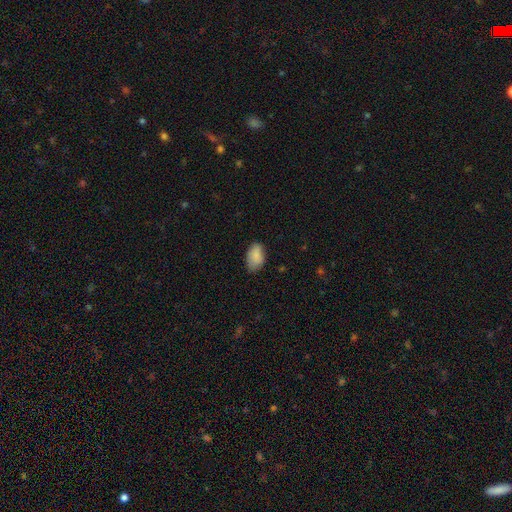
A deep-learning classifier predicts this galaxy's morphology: Smooth or featured: smooth — 87% (star or artifact — 7%)
How rounded: in between — 92% (round — 7%)
Merging: none — 74% (minor disturbance — 22%)